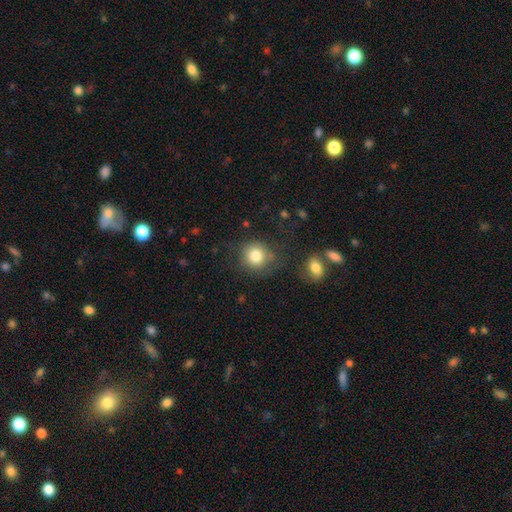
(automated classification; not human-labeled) Q: Smooth or featured?
A: smooth (82%); runner-up: star or artifact (9%)
Q: How rounded?
A: round (88%); runner-up: in between (11%)
Q: Merging?
A: none (74%); runner-up: minor disturbance (14%)